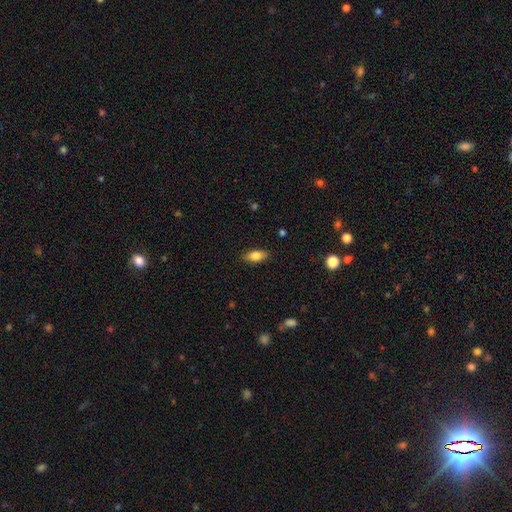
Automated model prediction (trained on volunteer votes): Smooth or featured: smooth — 80% (featured or disk — 13%)
How rounded: in between — 85% (cigar-shaped — 11%)
Merging: none — 87% (minor disturbance — 10%)